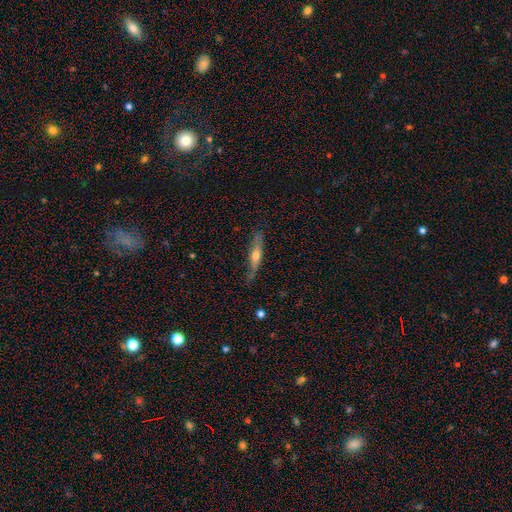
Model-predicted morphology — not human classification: A featured or disk galaxy (58%) viewed edge-on (90%) with a rounded central bulge (89%).

Vote fractions:
- Smooth or featured? featured or disk: 58% / smooth: 36% / star or artifact: 6%
- Edge-on disk? yes: 90% / no: 10%
- Edge-on bulge? rounded: 89% / none: 7% / boxy: 4%
- Merging? none: 79% / minor disturbance: 16% / major disturbance: 3% / merger: 2%